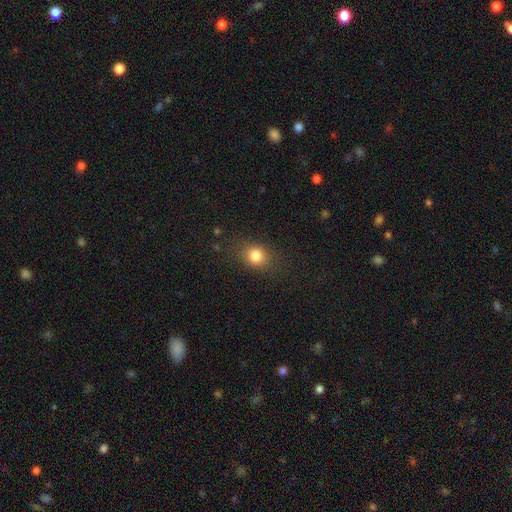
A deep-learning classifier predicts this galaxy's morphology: Smooth or featured?
  - smooth: 81% *
  - star or artifact: 12%
  - featured or disk: 7%
How rounded?
  - round: 59% *
  - in between: 39%
  - cigar-shaped: 1%
Merging?
  - none: 80% *
  - minor disturbance: 13%
  - major disturbance: 5%
  - merger: 1%